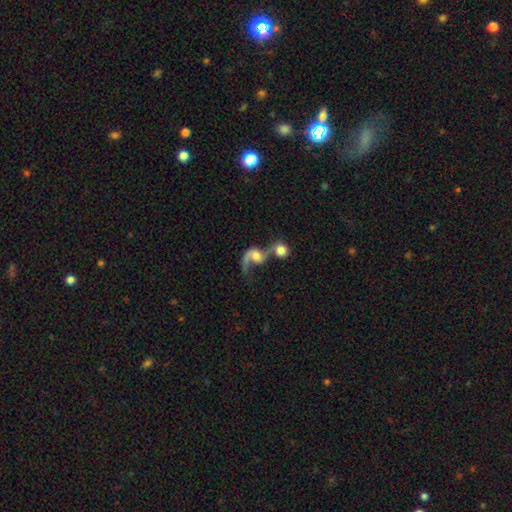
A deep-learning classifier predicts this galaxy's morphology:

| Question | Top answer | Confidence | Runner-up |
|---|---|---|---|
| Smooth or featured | featured or disk | 63% | smooth (29%) |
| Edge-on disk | no | 97% | yes (3%) |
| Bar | no | 66% | weak (28%) |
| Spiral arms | yes | 85% | no (15%) |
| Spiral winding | loose | 78% | medium (17%) |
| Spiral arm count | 1 | 58% | 2 (36%) |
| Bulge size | moderate | 46% | large (22%) |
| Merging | merger | 63% | major disturbance (16%) |